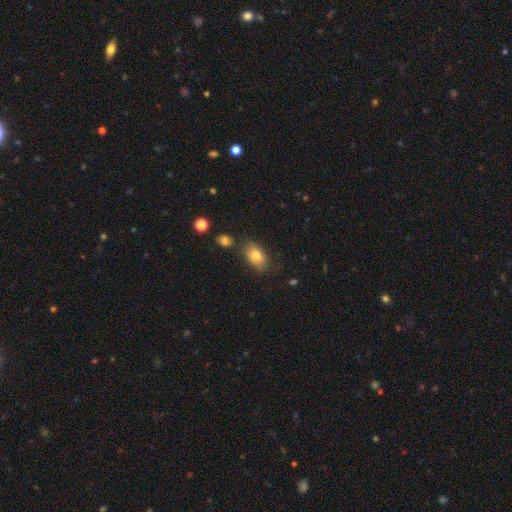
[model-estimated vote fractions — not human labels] Smooth or featured?
  - smooth: 78% *
  - featured or disk: 13%
  - star or artifact: 9%
How rounded?
  - in between: 85% *
  - round: 13%
  - cigar-shaped: 2%
Merging?
  - none: 71% *
  - minor disturbance: 19%
  - merger: 6%
  - major disturbance: 5%